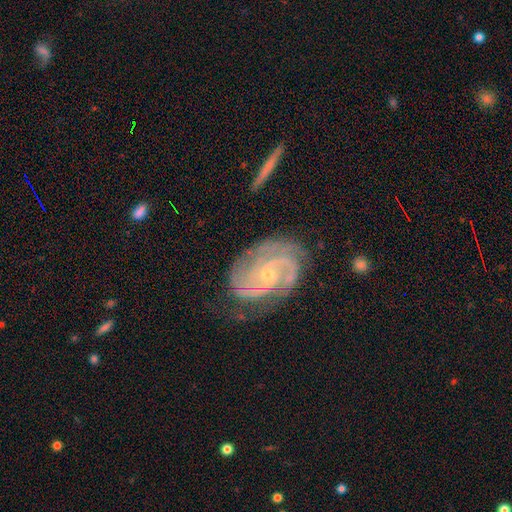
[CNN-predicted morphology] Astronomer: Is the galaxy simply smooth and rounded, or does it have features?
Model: featured or disk — 78%.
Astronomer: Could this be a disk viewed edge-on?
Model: no — 96%.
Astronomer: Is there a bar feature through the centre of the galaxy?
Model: no — 57%.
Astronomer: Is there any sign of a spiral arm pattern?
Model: yes — 96%.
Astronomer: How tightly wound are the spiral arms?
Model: tight — 72%.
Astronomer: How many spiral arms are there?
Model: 2 — 57%.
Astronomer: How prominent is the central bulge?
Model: small — 58% (runner-up: moderate, 37%).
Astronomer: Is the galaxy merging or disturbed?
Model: none — 80%.